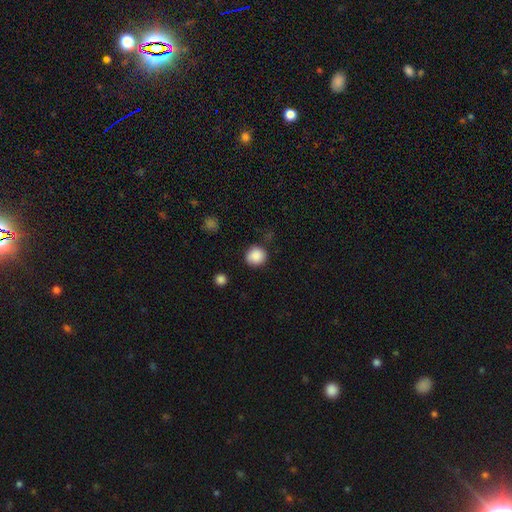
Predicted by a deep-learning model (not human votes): Smooth or featured: smooth — 87% (star or artifact — 9%)
How rounded: round — 88% (in between — 11%)
Merging: none — 82% (minor disturbance — 12%)